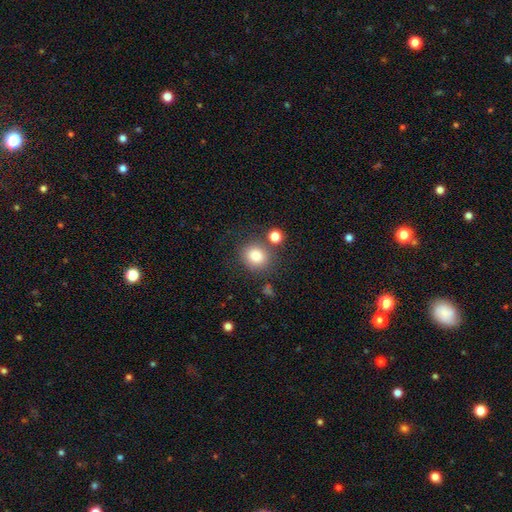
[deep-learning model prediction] A smooth galaxy with no disk features (83%) that is round (78%). Merging: none (75%).